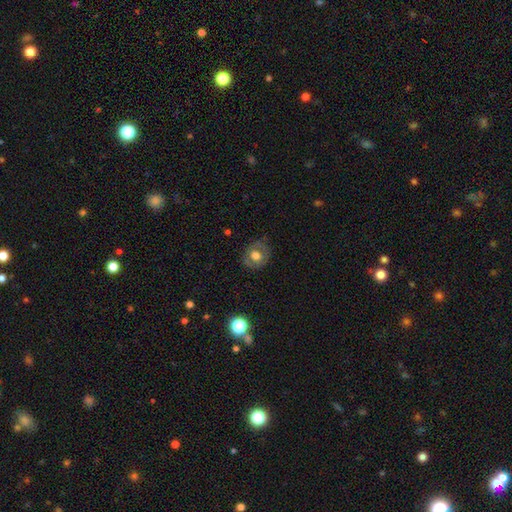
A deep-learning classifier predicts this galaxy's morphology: Smooth or featured? Predicted: smooth (p=0.57). How rounded? Predicted: round (p=0.75). Merging? Predicted: none (p=0.77).